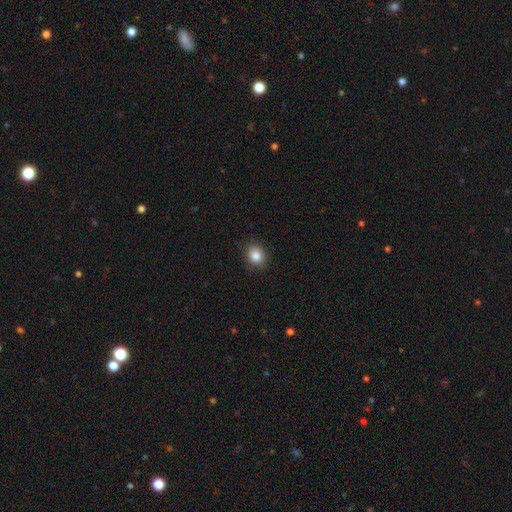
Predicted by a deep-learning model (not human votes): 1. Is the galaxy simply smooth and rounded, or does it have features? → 85% smooth, 10% star or artifact, 5% featured or disk.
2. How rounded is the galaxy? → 63% round, 36% in between, 1% cigar-shaped.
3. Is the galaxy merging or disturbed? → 87% none, 9% minor disturbance, 2% major disturbance, 1% merger.